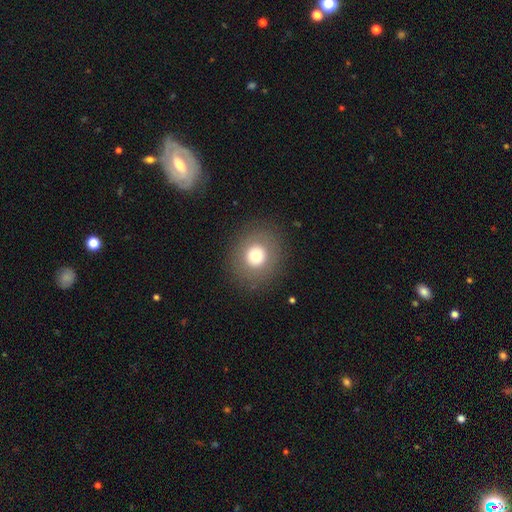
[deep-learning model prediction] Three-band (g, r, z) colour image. It shows a smooth galaxy with no disk features (71%) that is round (86%). Merging: none (88%).